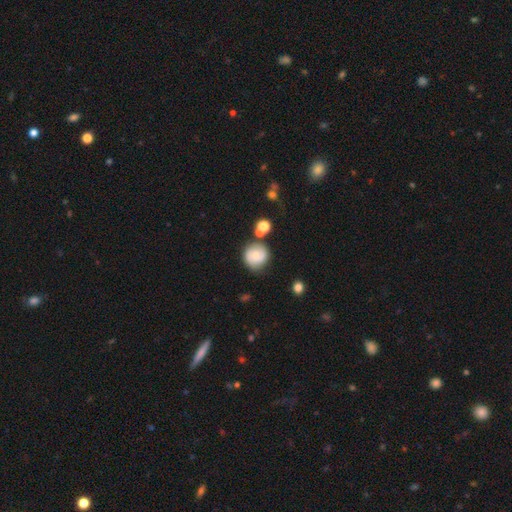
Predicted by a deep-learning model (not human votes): smooth_or_featured: smooth (p=0.53) [alt: featured or disk p=0.38]
how_rounded: round (p=0.87) [alt: in between p=0.12]
merging: none (p=0.66) [alt: minor disturbance p=0.18]